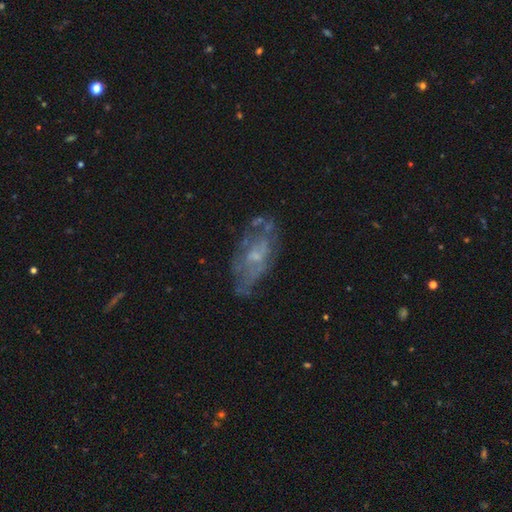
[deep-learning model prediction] Overall: featured or disk (66%). Edge-on disk: no (90%). Bar: no (73%). Spiral arms: no (55%; yes 45%). Bulge size: small (56%; moderate 29%). Merging: none (62%; minor disturbance 22%).